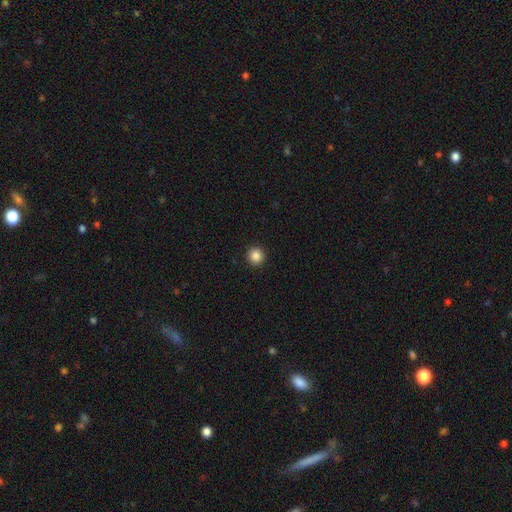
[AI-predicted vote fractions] Morphology: type=smooth (87%); roundness=round (94%); merging=none (93%).